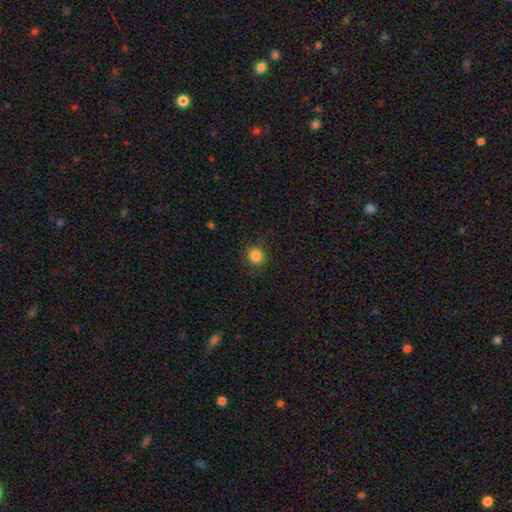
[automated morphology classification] A smooth galaxy with no disk features (85%) that is round (93%). Merging: none (89%).